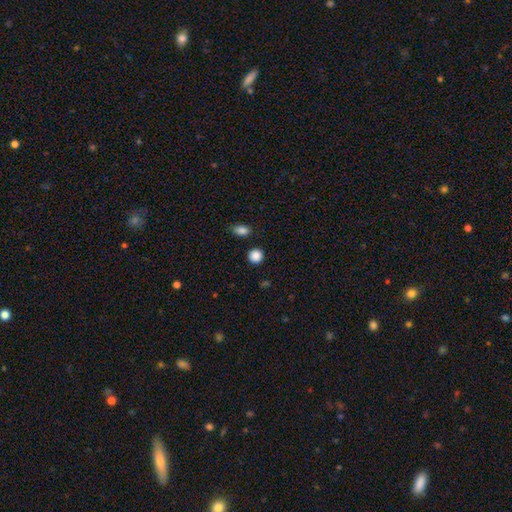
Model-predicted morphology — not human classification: Overall: smooth (87%). How rounded: round (91%). Merging: none (89%).